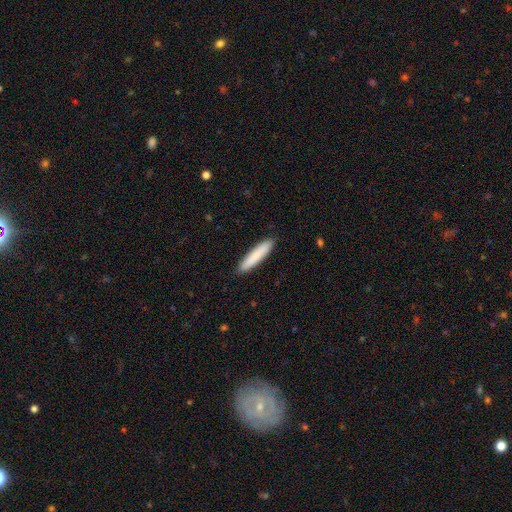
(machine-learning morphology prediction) Q: Smooth or featured?
A: smooth (83%); runner-up: featured or disk (12%)
Q: How rounded?
A: cigar-shaped (88%); runner-up: in between (11%)
Q: Merging?
A: none (91%); runner-up: minor disturbance (6%)